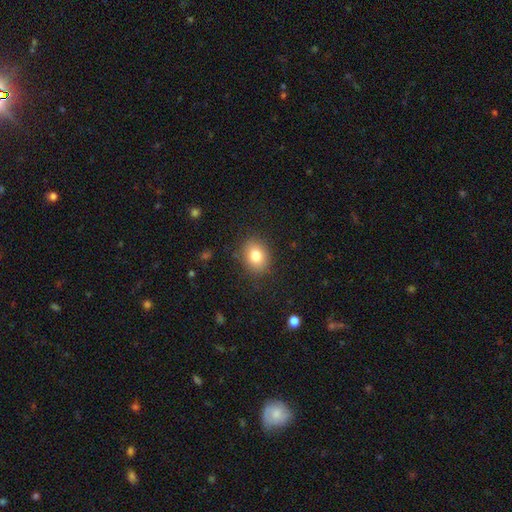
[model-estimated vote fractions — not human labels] Morphology: type=smooth (81%); roundness=round (53%); merging=none (85%).